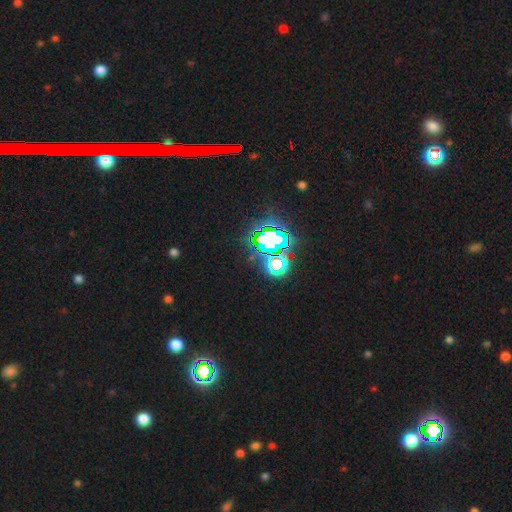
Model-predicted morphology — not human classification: star or artifact 80%, smooth 11%, featured or disk 9%.